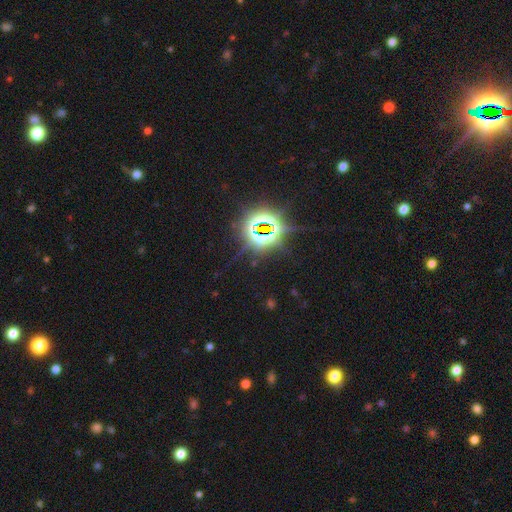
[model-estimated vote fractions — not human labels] smooth-or-featured: star or artifact: 82% | smooth: 10% | featured or disk: 8%